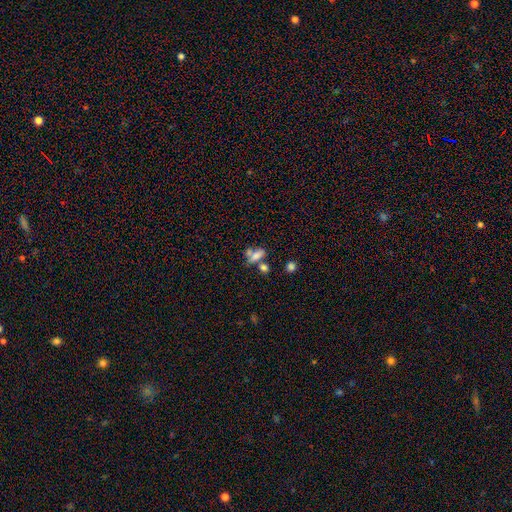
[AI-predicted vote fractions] Morphology: type=smooth (68%); roundness=in between (73%); merging=merger (39%).